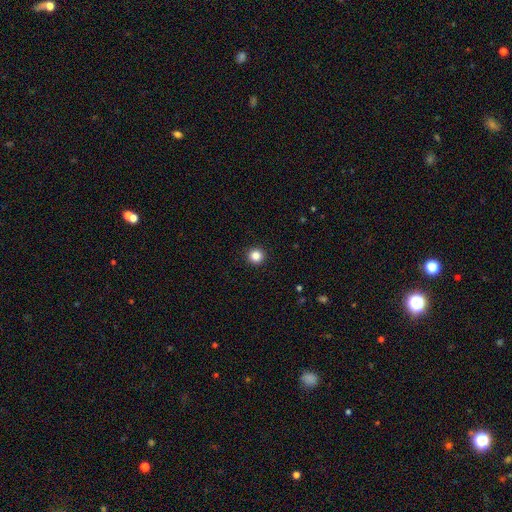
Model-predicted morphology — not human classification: Smooth or featured: smooth — 85% (star or artifact — 11%)
How rounded: round — 95% (in between — 4%)
Merging: none — 94% (minor disturbance — 4%)